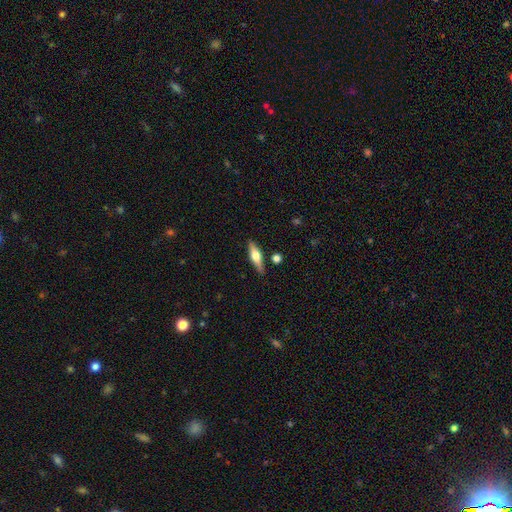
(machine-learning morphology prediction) Smooth or featured? Predicted: featured or disk (p=0.52). Edge-on disk? Predicted: yes (p=0.93). Merging? Predicted: none (p=0.84).